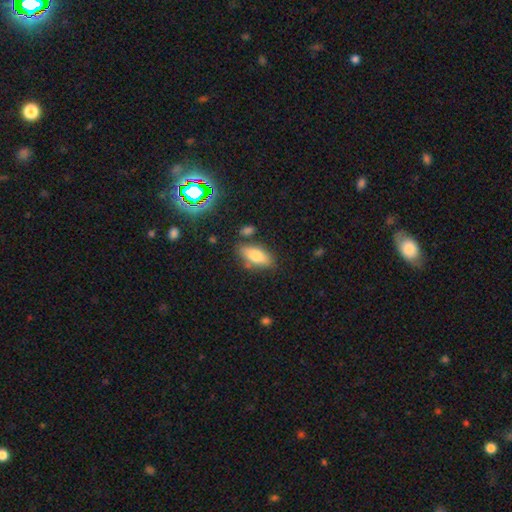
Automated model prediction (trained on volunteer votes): A smooth galaxy with no disk features (74%) that is in between round and cigar-shaped (80%).

Vote fractions:
- Smooth or featured? smooth: 74% / featured or disk: 18% / star or artifact: 8%
- How rounded? in between: 80% / cigar-shaped: 17% / round: 3%
- Merging? none: 76% / minor disturbance: 14% / merger: 6% / major disturbance: 3%